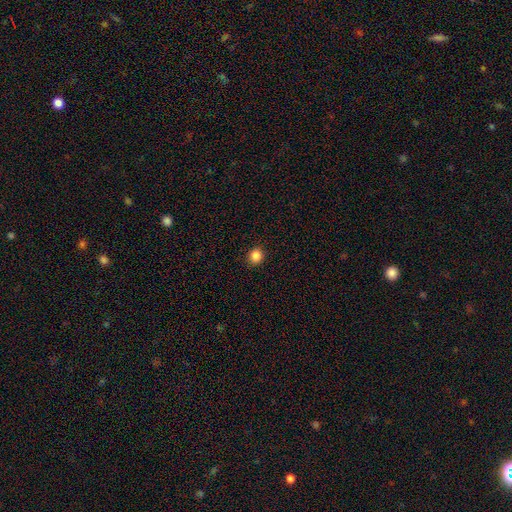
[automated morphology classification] type=smooth (86%); roundness=round (84%); merging=none (91%).